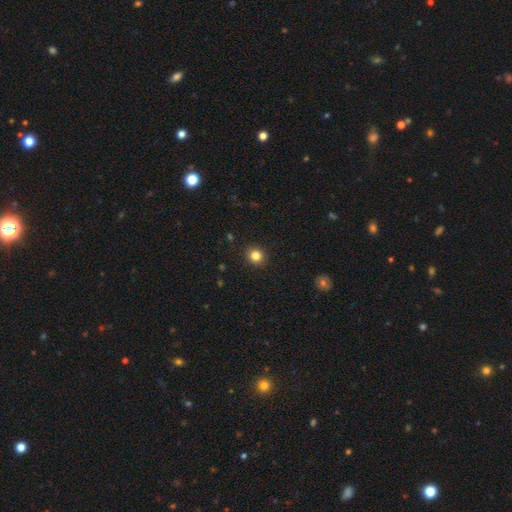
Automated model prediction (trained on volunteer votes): The model was most divided on "smooth or featured": smooth: 83%, star or artifact: 12%, featured or disk: 5%. More confident: merging — none (92%); how rounded — round (88%).